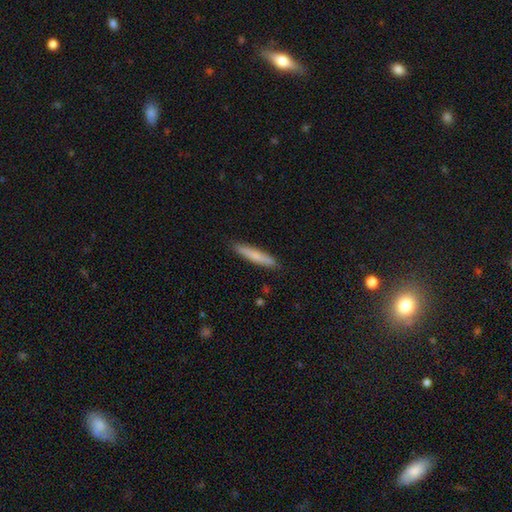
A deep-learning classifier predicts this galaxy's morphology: Smooth or featured: smooth — 73% (featured or disk — 22%)
How rounded: cigar-shaped — 92% (in between — 7%)
Merging: none — 89% (minor disturbance — 9%)